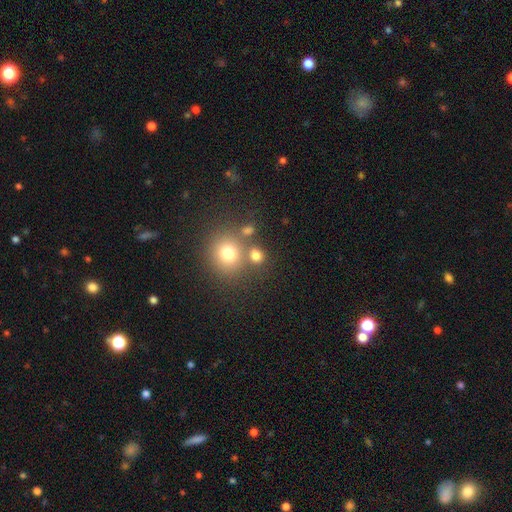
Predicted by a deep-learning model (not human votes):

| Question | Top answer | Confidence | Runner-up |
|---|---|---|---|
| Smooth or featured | smooth | 75% | star or artifact (16%) |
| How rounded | round | 80% | in between (19%) |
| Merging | none | 63% | merger (23%) |